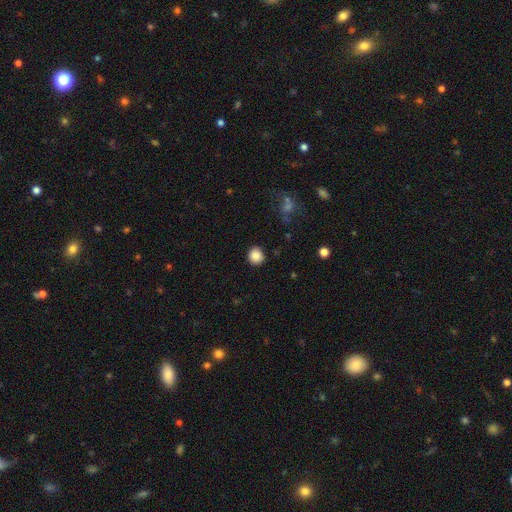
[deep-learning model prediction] This is clearly a smooth galaxy (87%). How rounded: clearly round (88%). Merging: clearly none (90%).